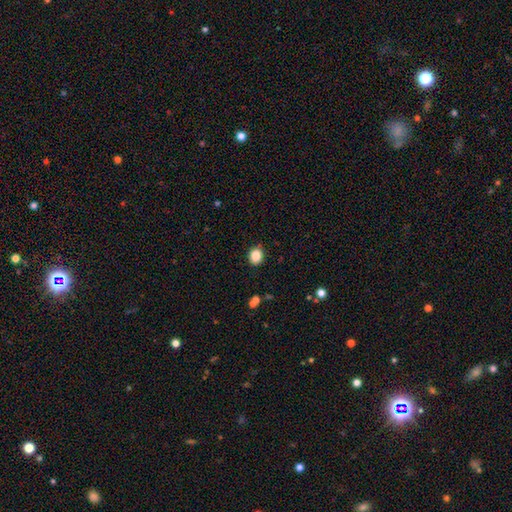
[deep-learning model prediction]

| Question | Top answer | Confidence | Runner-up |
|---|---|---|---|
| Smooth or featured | smooth | 86% | star or artifact (10%) |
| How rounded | round | 58% | in between (42%) |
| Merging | none | 88% | minor disturbance (8%) |